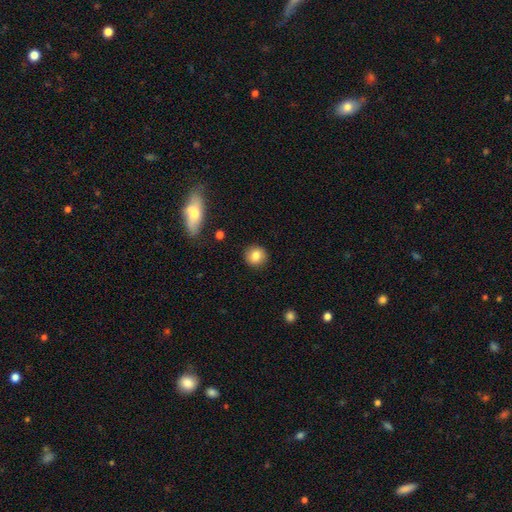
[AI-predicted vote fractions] The model was most divided on "smooth or featured": smooth: 81%, featured or disk: 9%, star or artifact: 9%. More confident: merging — none (90%); how rounded — round (89%).